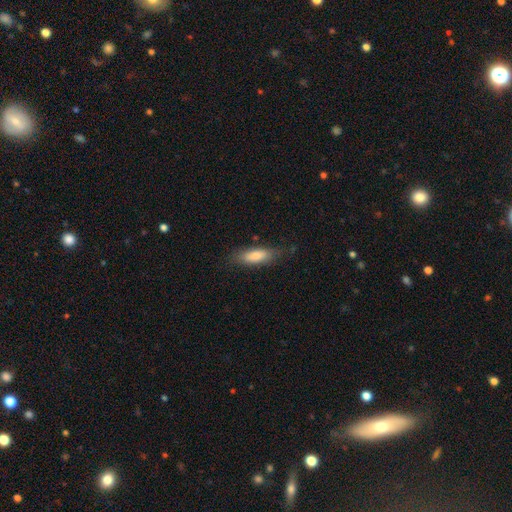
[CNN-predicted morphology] Smooth or featured: smooth — 81% (featured or disk — 13%)
How rounded: in between — 59% (cigar-shaped — 39%)
Merging: none — 76% (minor disturbance — 18%)